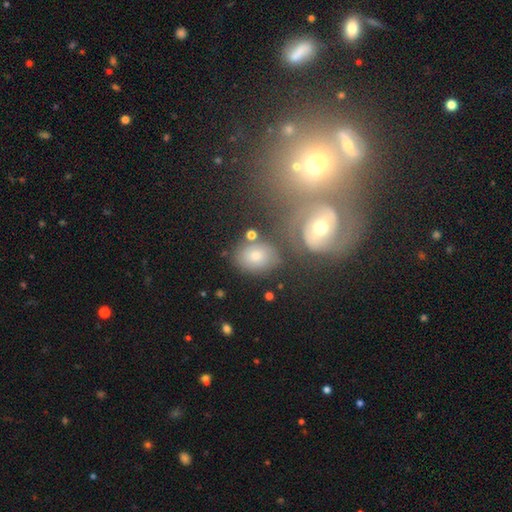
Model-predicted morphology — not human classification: smooth_or_featured: smooth (p=0.53) [alt: featured or disk p=0.34]
how_rounded: in between (p=0.62) [alt: round p=0.37]
merging: none (p=0.67) [alt: minor disturbance p=0.15]